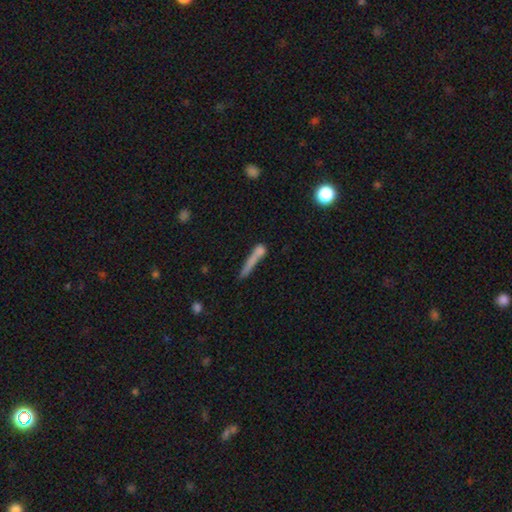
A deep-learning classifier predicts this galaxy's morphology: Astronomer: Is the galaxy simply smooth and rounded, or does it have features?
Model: smooth — 65%.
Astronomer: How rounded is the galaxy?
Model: cigar-shaped — 88%.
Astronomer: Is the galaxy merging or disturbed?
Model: none — 52%.